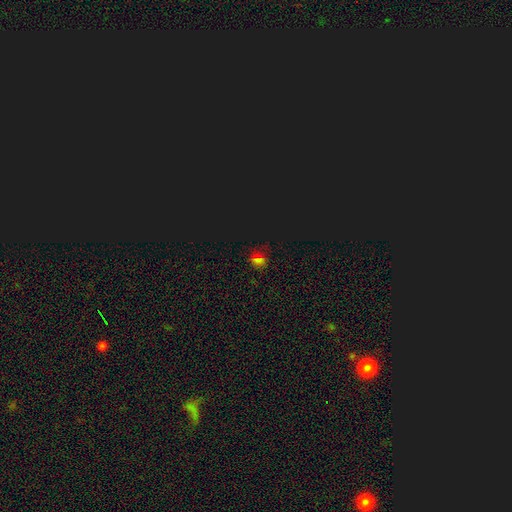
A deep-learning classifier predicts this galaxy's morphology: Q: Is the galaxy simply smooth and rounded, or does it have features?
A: star or artifact — 54%.